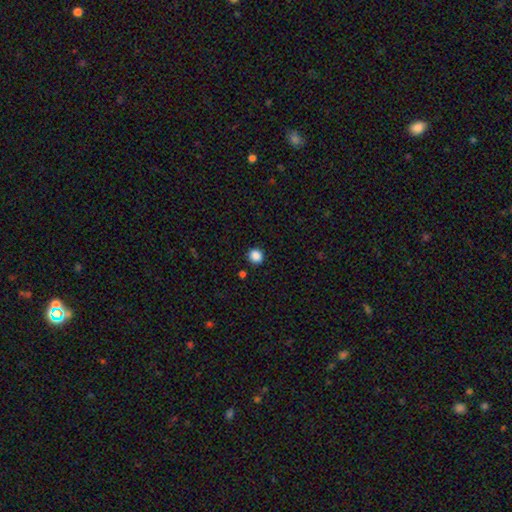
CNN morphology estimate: Overall: smooth (87%). How rounded: round (90%). Merging: none (91%).